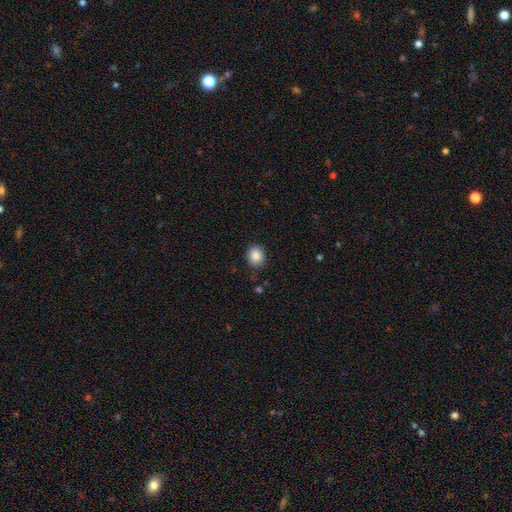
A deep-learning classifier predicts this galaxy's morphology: Overall: smooth (87%). How rounded: round (67%; in between 32%). Merging: none (86%).